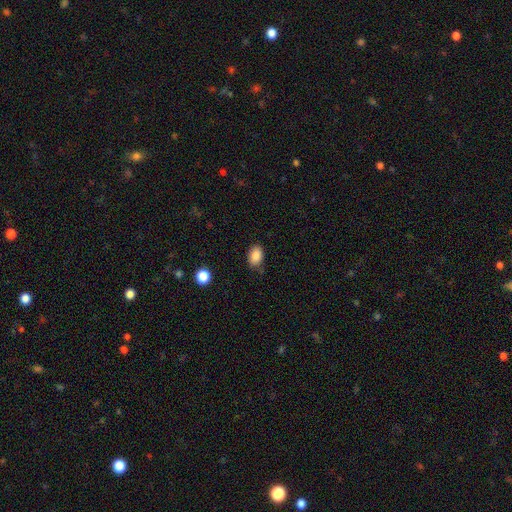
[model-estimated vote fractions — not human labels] smooth_or_featured: smooth (p=0.86) [alt: star or artifact p=0.09]
how_rounded: in between (p=0.78) [alt: round p=0.21]
merging: none (p=0.76) [alt: minor disturbance p=0.18]